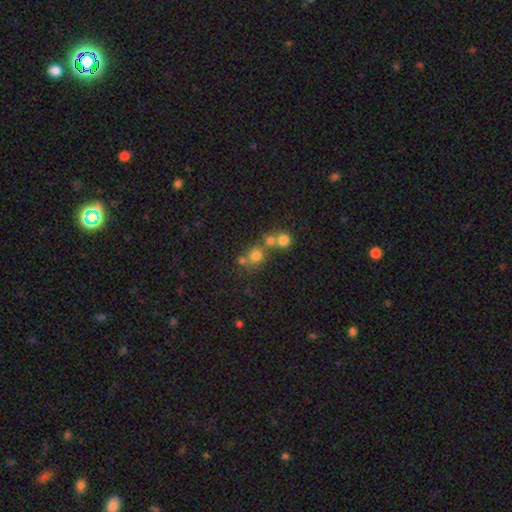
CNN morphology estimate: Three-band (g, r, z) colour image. It shows a smooth galaxy with no disk features (71%) that is round (82%). Merging: none (50%).